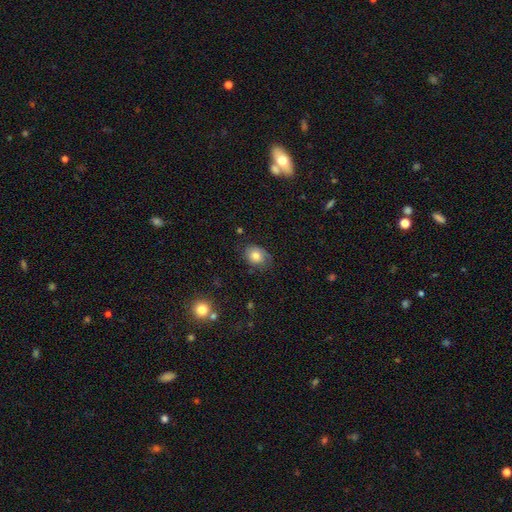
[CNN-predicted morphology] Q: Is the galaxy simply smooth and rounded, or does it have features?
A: smooth — 67%.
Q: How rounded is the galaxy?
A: in between — 55%.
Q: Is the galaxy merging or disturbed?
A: none — 65%.